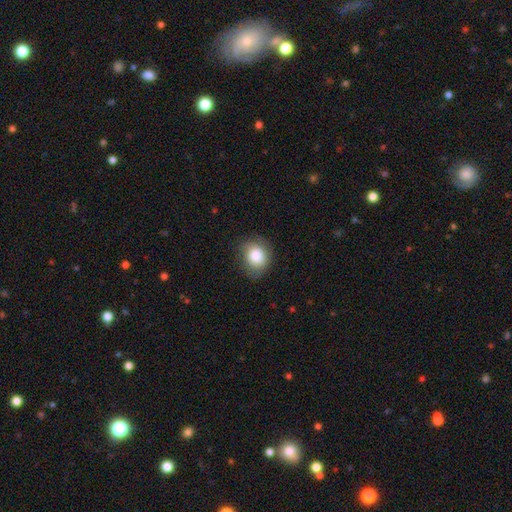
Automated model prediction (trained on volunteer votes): Smooth or featured: smooth — 83% (featured or disk — 9%)
How rounded: round — 63% (in between — 36%)
Merging: none — 77% (minor disturbance — 17%)